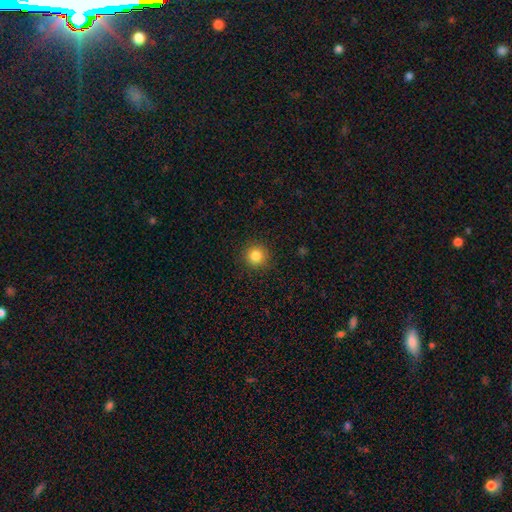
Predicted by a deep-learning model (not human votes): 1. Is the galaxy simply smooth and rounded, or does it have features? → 84% smooth, 11% star or artifact, 5% featured or disk.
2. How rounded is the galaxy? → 95% round, 4% in between, 1% cigar-shaped.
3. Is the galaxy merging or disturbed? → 90% none, 7% minor disturbance, 2% major disturbance, 1% merger.